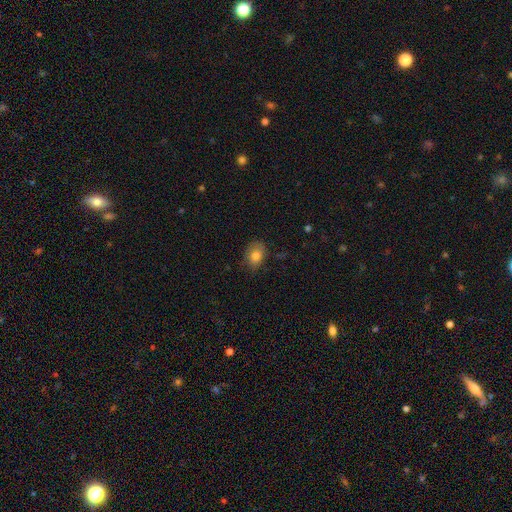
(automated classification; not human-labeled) This is clearly a smooth galaxy (81%). How rounded: likely in between (74%). Merging: likely none (75%).